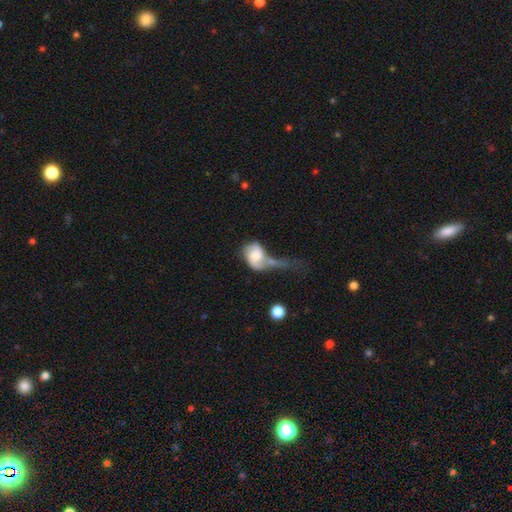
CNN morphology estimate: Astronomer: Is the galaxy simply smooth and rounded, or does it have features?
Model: featured or disk — 46%, tied with smooth at 46%.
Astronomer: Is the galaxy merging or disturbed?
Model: major disturbance — 50% (runner-up: merger, 25%).